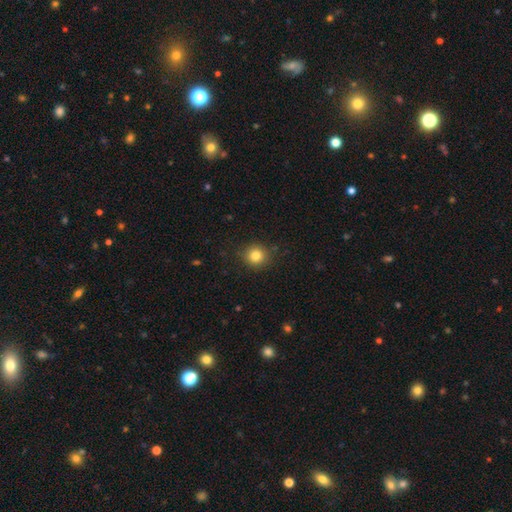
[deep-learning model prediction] A smooth galaxy with no disk features (83%) that is round (91%). Merging: none (88%).